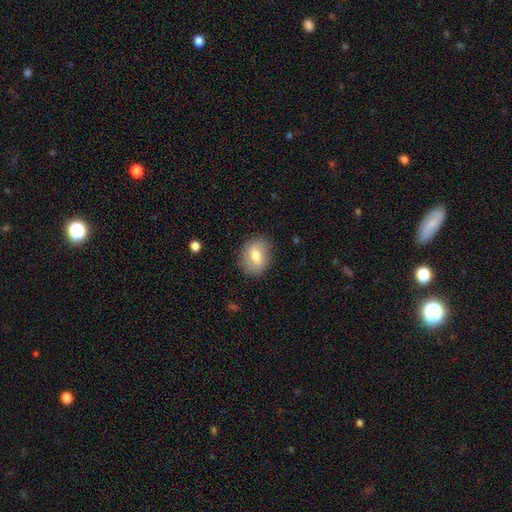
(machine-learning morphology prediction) Q: Smooth or featured?
A: smooth (69%); runner-up: featured or disk (23%)
Q: How rounded?
A: in between (57%); runner-up: round (42%)
Q: Merging?
A: none (83%); runner-up: minor disturbance (12%)